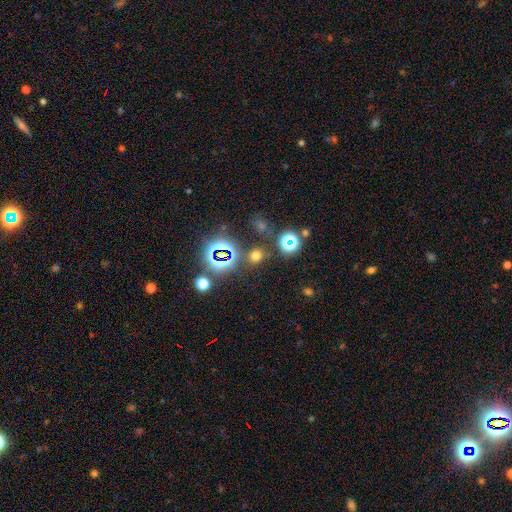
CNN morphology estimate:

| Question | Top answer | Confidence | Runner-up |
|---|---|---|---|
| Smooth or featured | smooth | 55% | star or artifact (37%) |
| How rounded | round | 80% | in between (19%) |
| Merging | none | 79% | minor disturbance (9%) |